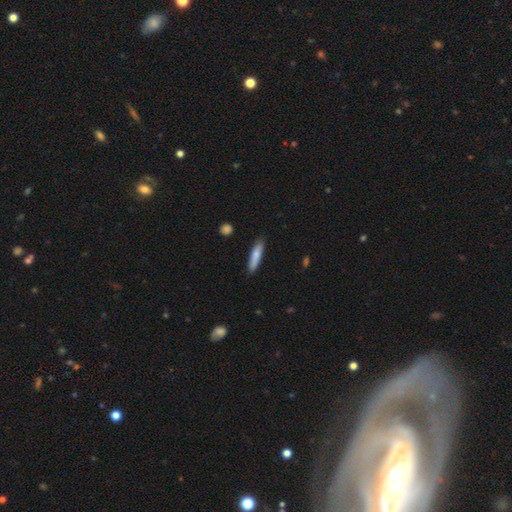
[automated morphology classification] This is likely a smooth galaxy (77%). How rounded: clearly cigar-shaped (84%). Merging: clearly none (87%).